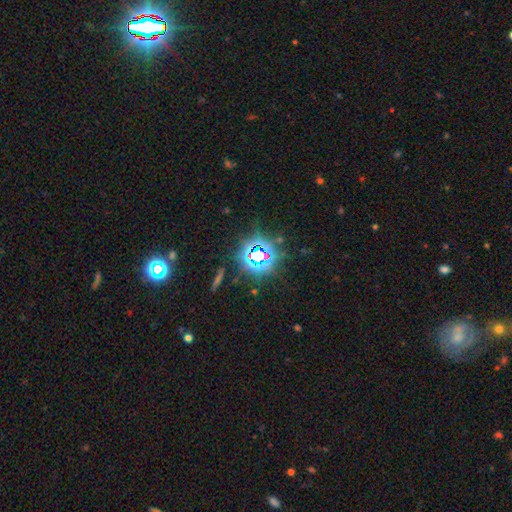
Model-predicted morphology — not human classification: Smooth or featured: star or artifact — 75% (smooth — 14%)